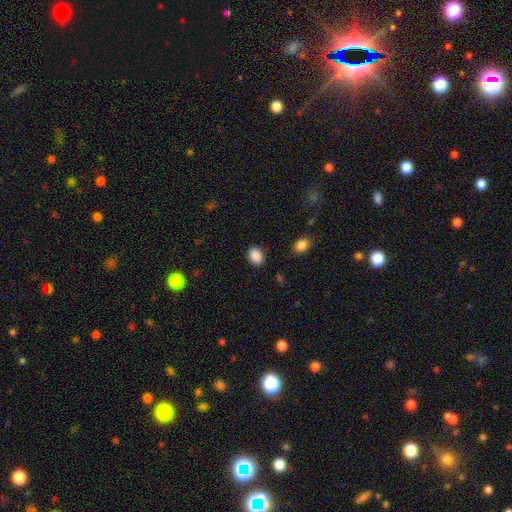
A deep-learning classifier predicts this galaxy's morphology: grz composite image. It shows a smooth galaxy with no disk features (89%) that is in between round and cigar-shaped (56%). Merging: none (87%).